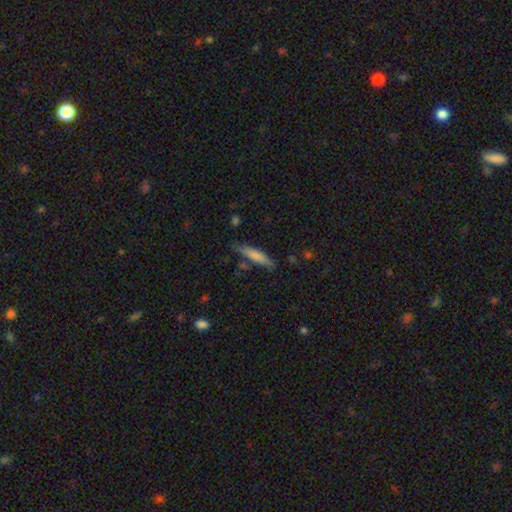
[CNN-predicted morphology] Overall: smooth (74%). How rounded: cigar-shaped (85%). Merging: none (77%).